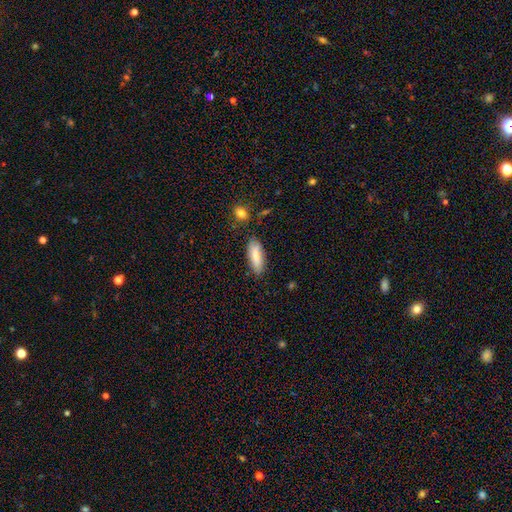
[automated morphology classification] A smooth galaxy with no disk features (84%) that is in between round and cigar-shaped (68%). Merging: none (80%).